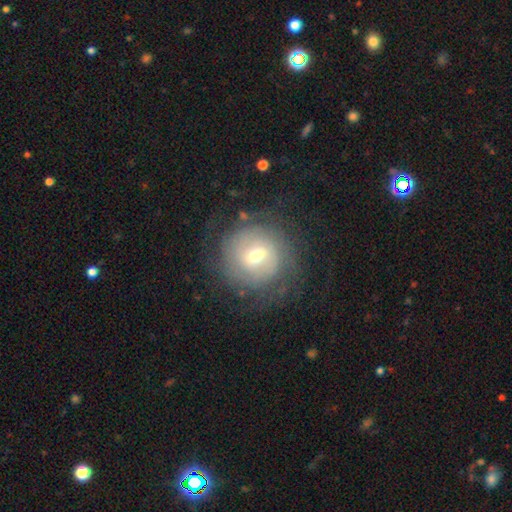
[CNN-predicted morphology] This appears to be a featured or disk galaxy (65%) with a weak bar (53%), spiral arms (80%) and a moderate central bulge (60%). Merging: none (77%).